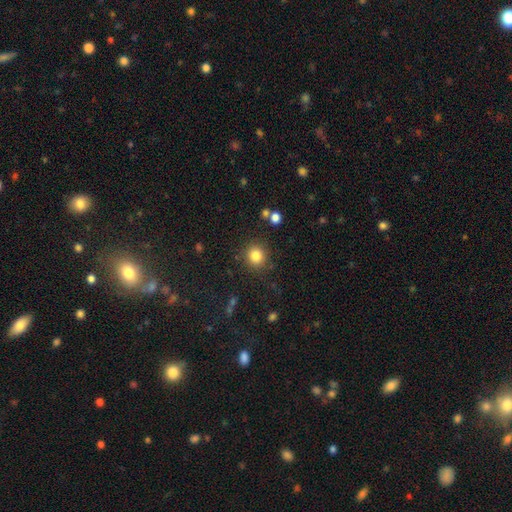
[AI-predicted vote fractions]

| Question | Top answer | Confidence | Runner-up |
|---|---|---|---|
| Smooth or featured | smooth | 83% | star or artifact (12%) |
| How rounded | round | 88% | in between (11%) |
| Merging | none | 86% | minor disturbance (8%) |